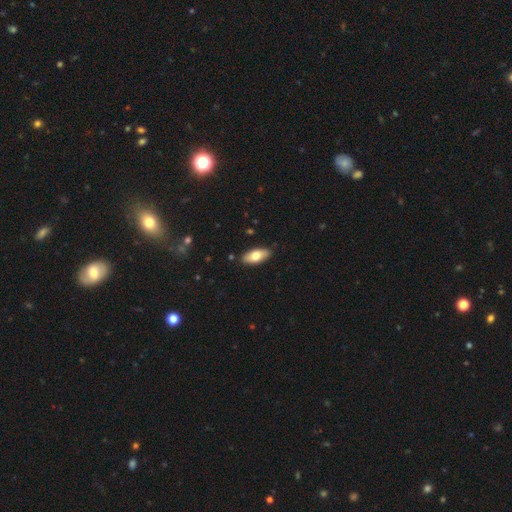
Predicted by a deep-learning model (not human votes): This is likely a smooth galaxy (75%). How rounded: clearly in between (86%). Merging: clearly none (88%).